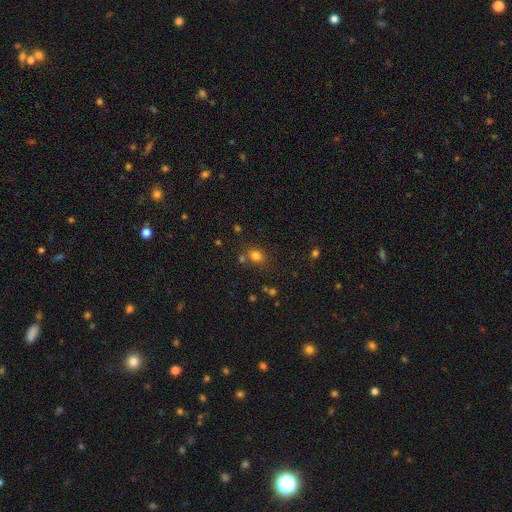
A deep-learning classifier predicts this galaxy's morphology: This is likely a smooth galaxy (77%). How rounded: possibly in between (50%). Merging: likely none (68%).